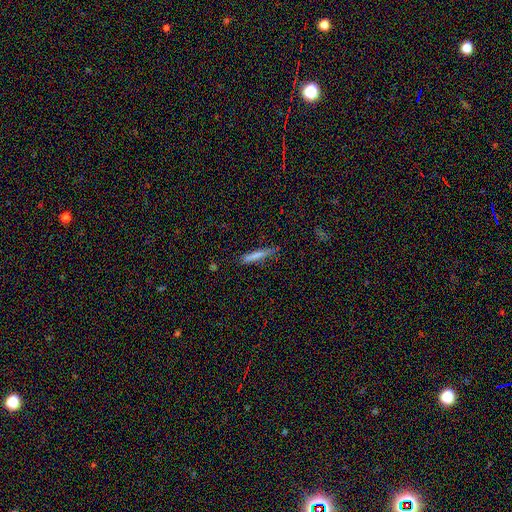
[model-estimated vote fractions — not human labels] A smooth galaxy with no disk features (73%) that is cigar-shaped (93%). Merging: none (81%).